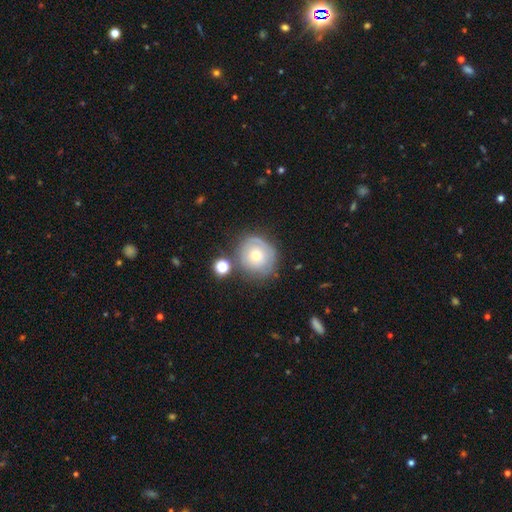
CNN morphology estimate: type=smooth (49%); merging=none (64%).